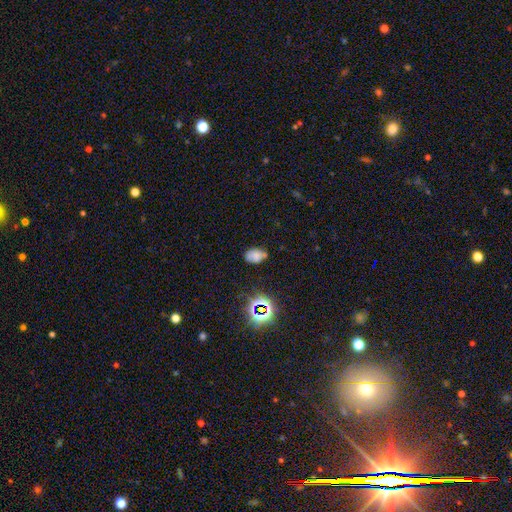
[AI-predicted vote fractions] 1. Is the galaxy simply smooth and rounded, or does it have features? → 64% smooth, 22% star or artifact, 14% featured or disk.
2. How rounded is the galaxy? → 81% in between, 17% round, 1% cigar-shaped.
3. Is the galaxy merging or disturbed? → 63% none, 27% minor disturbance, 7% major disturbance, 4% merger.